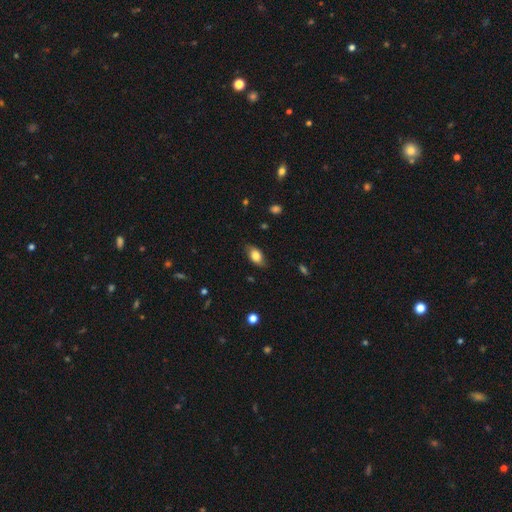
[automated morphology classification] Q: Smooth or featured?
A: smooth (79%); runner-up: featured or disk (13%)
Q: How rounded?
A: in between (90%); runner-up: round (7%)
Q: Merging?
A: none (81%); runner-up: minor disturbance (15%)